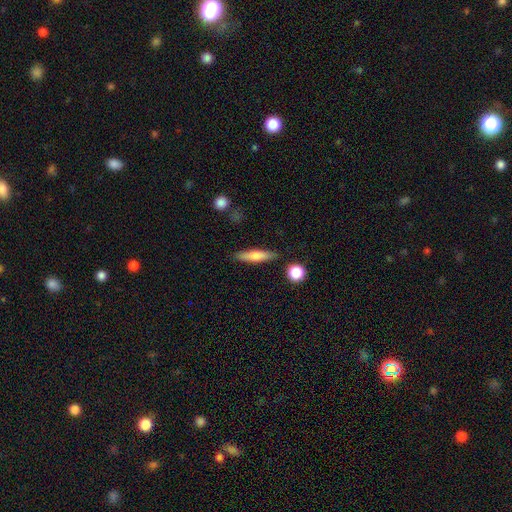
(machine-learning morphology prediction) Q: Smooth or featured?
A: smooth (68%); runner-up: featured or disk (25%)
Q: How rounded?
A: cigar-shaped (80%); runner-up: in between (18%)
Q: Merging?
A: none (86%); runner-up: minor disturbance (9%)